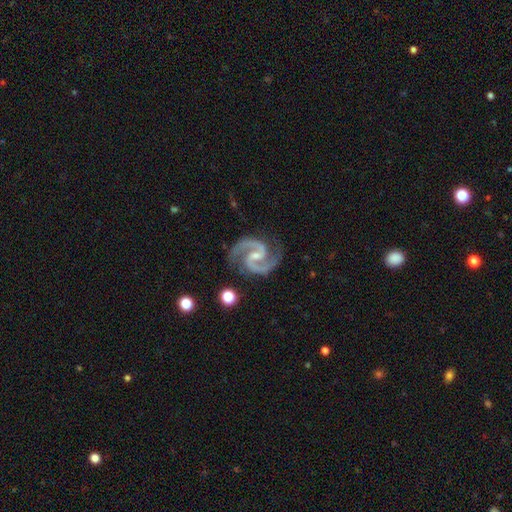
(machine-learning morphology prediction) Smooth or featured?
  - featured or disk: 94% *
  - star or artifact: 4%
  - smooth: 2%
Edge-on disk?
  - no: 98% *
  - yes: 2%
Bar?
  - weak: 46% *
  - no: 30%
  - strong: 24%
Spiral arms?
  - yes: 99% *
  - no: 1%
Spiral winding?
  - medium: 69% *
  - tight: 20%
  - loose: 11%
Spiral arm count?
  - 2: 95% *
  - 3: 1%
  - can't tell: 1%
  - 1: 1%
  - 4: 1%
  - more than 4: 1%
Bulge size?
  - small: 63% *
  - moderate: 27%
  - none: 8%
  - large: 1%
  - dominant: 1%
Merging?
  - none: 84% *
  - minor disturbance: 11%
  - major disturbance: 3%
  - merger: 2%